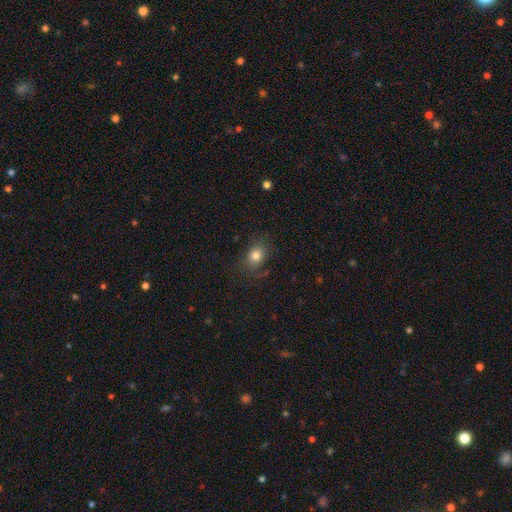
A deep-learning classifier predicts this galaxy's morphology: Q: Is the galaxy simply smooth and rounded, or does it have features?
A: smooth — 80%.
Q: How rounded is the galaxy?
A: in between — 62%.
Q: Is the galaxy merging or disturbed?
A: none — 74%.